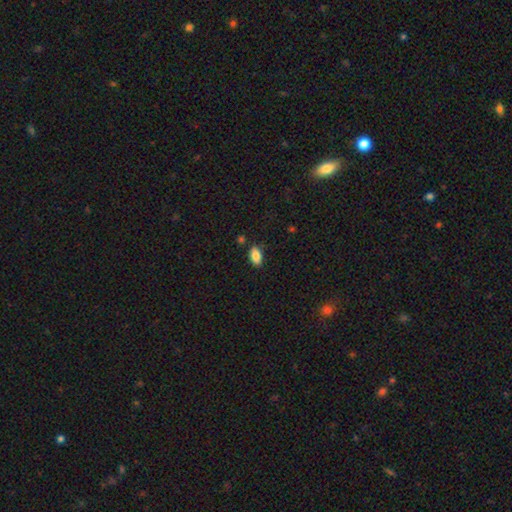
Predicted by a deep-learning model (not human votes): smooth_or_featured: smooth (p=0.86) [alt: star or artifact p=0.08]
how_rounded: in between (p=0.92) [alt: round p=0.04]
merging: none (p=0.84) [alt: minor disturbance p=0.11]